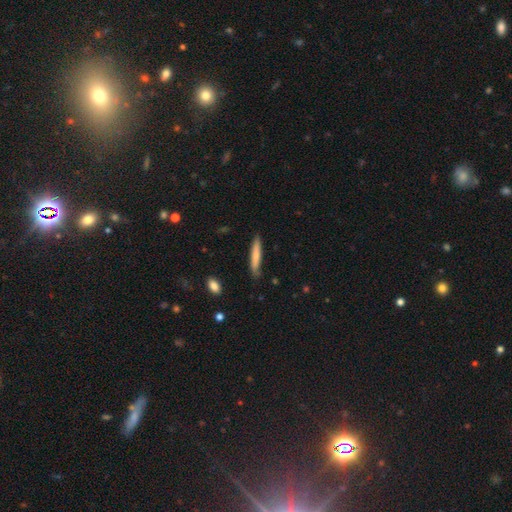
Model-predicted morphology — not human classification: A smooth galaxy with no disk features (72%) that is cigar-shaped (93%).

Vote fractions:
- Smooth or featured? smooth: 72% / featured or disk: 22% / star or artifact: 6%
- How rounded? cigar-shaped: 93% / in between: 6% / round: 1%
- Merging? none: 82% / minor disturbance: 15% / major disturbance: 2% / merger: 2%